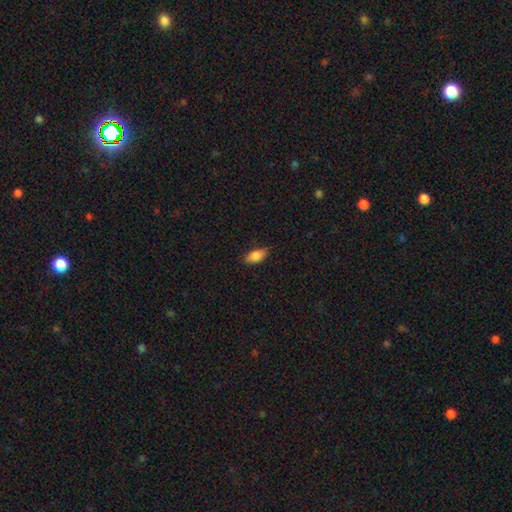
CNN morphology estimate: Smooth or featured? Predicted: smooth (p=0.85). How rounded? Predicted: in between (p=0.88). Merging? Predicted: none (p=0.84).